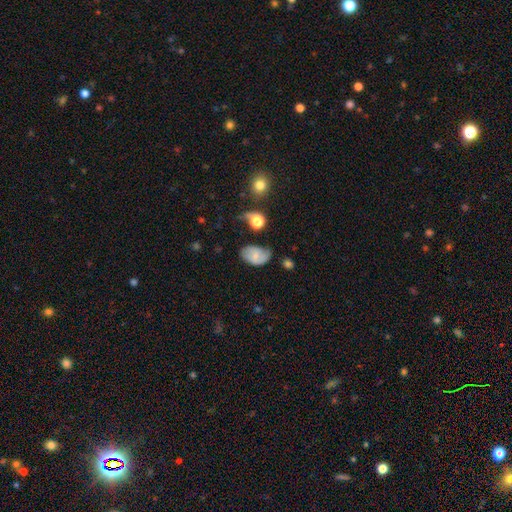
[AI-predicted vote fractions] Q: Smooth or featured?
A: smooth (54%); runner-up: featured or disk (36%)
Q: How rounded?
A: in between (85%); runner-up: round (14%)
Q: Merging?
A: none (42%); runner-up: minor disturbance (37%)